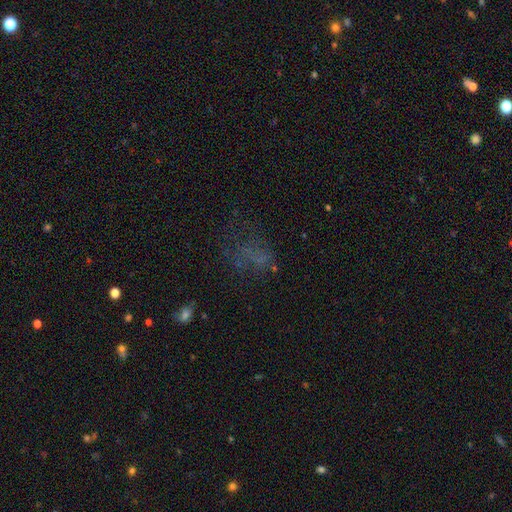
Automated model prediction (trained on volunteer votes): smooth 39%, star or artifact 32%, featured or disk 29%. Down the decision tree: merging — none (46%).